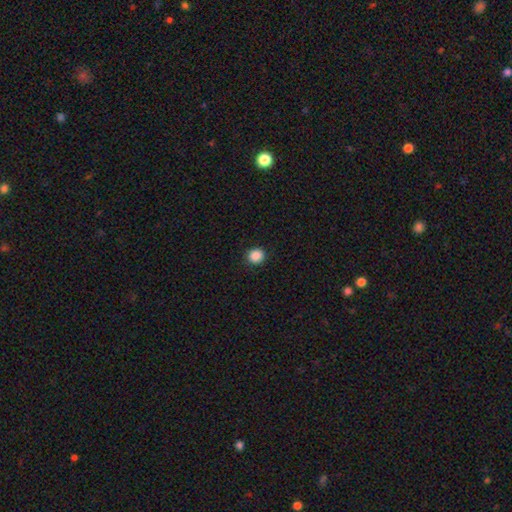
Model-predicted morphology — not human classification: The model was most divided on "how rounded": round: 87%, in between: 12%, cigar-shaped: 1%. More confident: merging — none (91%); smooth or featured — smooth (88%).